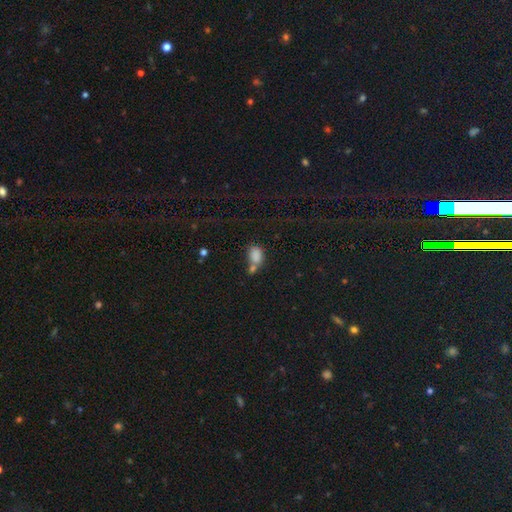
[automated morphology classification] A smooth galaxy with no disk features (82%) that is in between round and cigar-shaped (75%).

Vote fractions:
- Smooth or featured? smooth: 82% / star or artifact: 11% / featured or disk: 8%
- How rounded? in between: 75% / round: 24% / cigar-shaped: 2%
- Merging? merger: 44% / none: 35% / minor disturbance: 14% / major disturbance: 7%